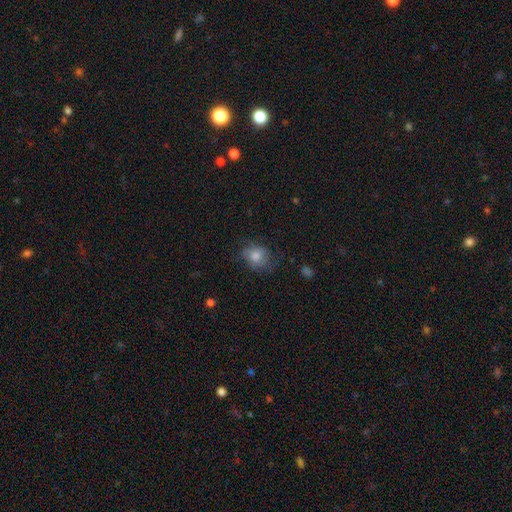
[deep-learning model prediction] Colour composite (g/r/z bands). It shows a smooth galaxy with no disk features (67%) that is round (65%). Merging: none (61%).